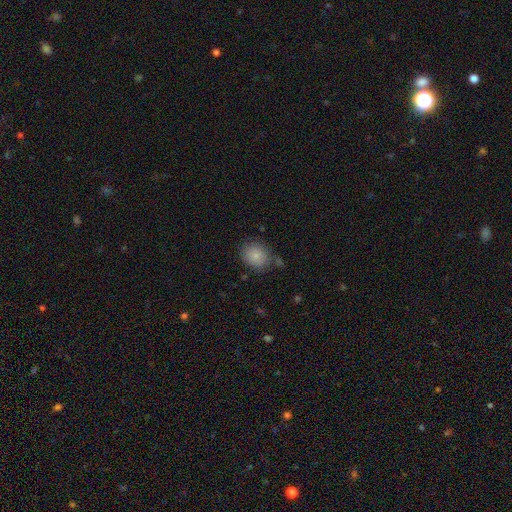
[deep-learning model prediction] Morphology: type=smooth (84%); roundness=round (69%); merging=none (76%).